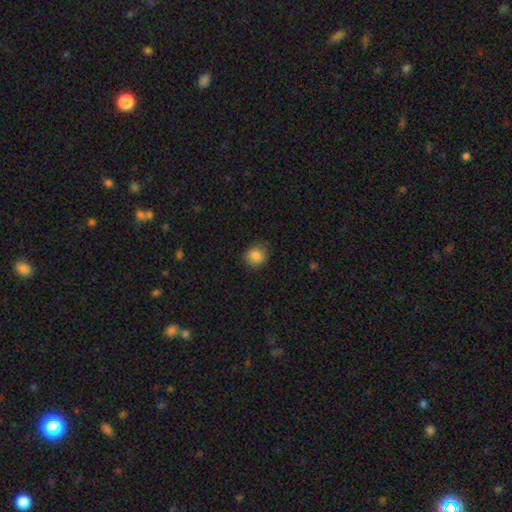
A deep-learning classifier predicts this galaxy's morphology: A smooth galaxy with no disk features (85%) that is round (80%).

Vote fractions:
- Smooth or featured? smooth: 85% / star or artifact: 9% / featured or disk: 6%
- How rounded? round: 80% / in between: 19% / cigar-shaped: 1%
- Merging? none: 79% / minor disturbance: 16% / major disturbance: 3% / merger: 1%